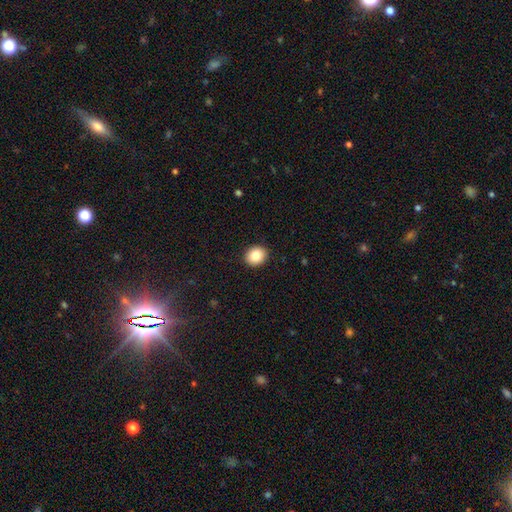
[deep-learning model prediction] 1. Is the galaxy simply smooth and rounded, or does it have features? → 85% smooth, 9% star or artifact, 6% featured or disk.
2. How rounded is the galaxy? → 62% round, 37% in between, 1% cigar-shaped.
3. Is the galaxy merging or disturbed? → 91% none, 6% minor disturbance, 2% major disturbance, 1% merger.